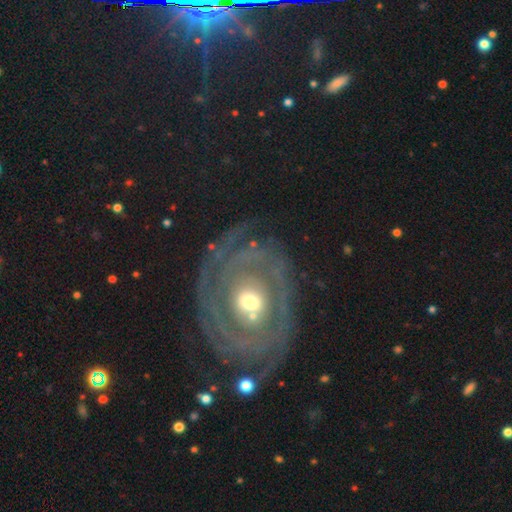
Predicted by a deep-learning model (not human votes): Overall: featured or disk (79%). Edge-on disk: no (95%). Bar: no (64%; weak 26%). Spiral arms: yes (81%). Spiral arm count: can't tell (40%; 2 25%). Spiral winding: tight (76%). Bulge size: moderate (65%; small 27%). Merging: none (79%).